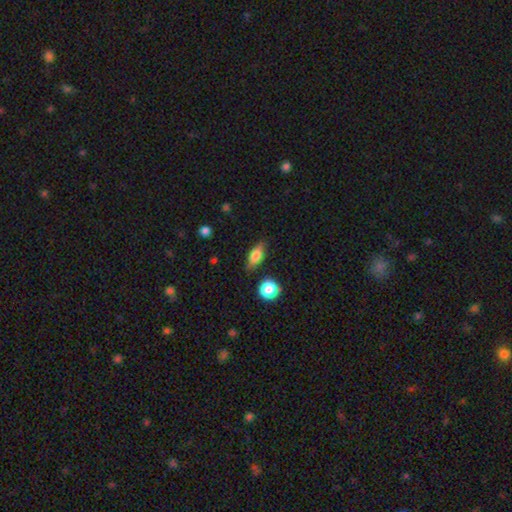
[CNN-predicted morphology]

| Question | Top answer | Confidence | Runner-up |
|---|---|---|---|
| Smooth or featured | smooth | 70% | featured or disk (22%) |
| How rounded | in between | 75% | cigar-shaped (14%) |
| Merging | none | 77% | minor disturbance (17%) |